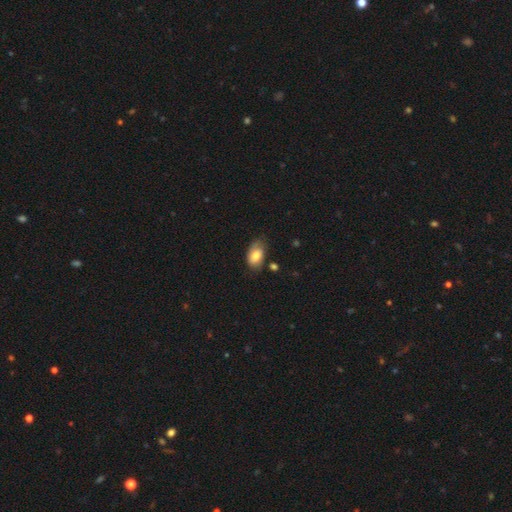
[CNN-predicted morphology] Overall: smooth (71%). How rounded: in between (91%). Merging: none (61%; minor disturbance 28%).